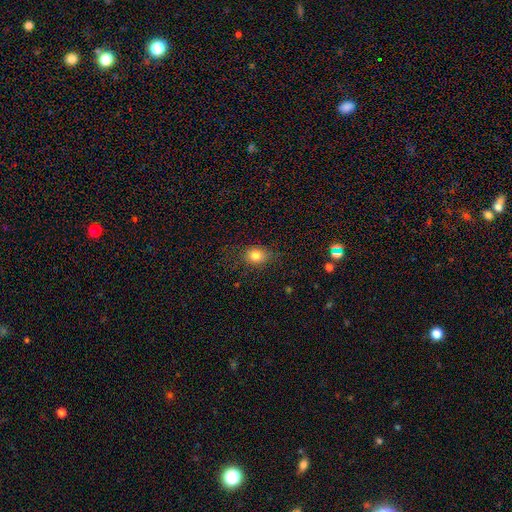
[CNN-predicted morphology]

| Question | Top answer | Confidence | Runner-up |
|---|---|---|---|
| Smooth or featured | smooth | 80% | star or artifact (12%) |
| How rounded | round | 58% | in between (41%) |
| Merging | none | 75% | minor disturbance (17%) |